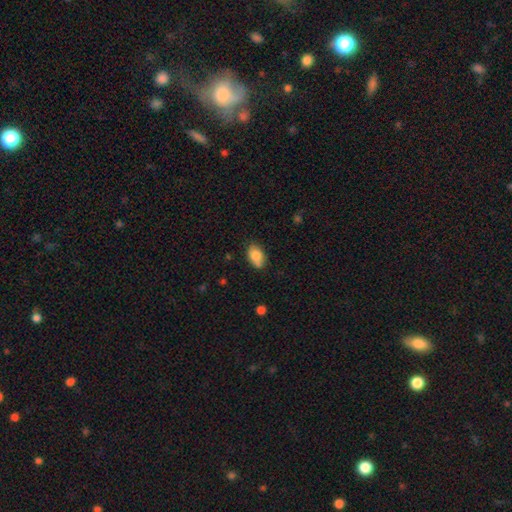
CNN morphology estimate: Smooth or featured: smooth — 81% (featured or disk — 11%)
How rounded: in between — 85% (round — 13%)
Merging: none — 66% (minor disturbance — 22%)